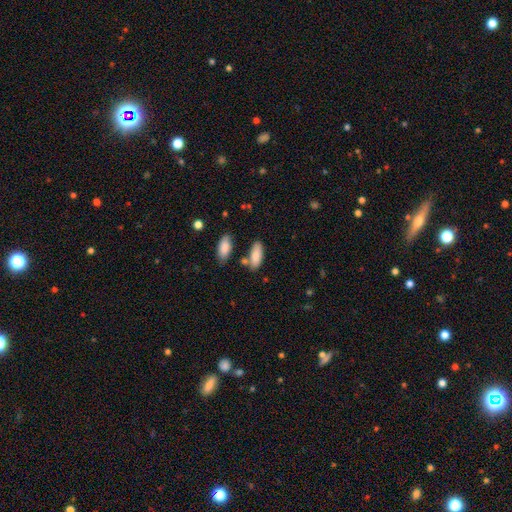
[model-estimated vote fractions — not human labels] Smooth or featured? Predicted: smooth (p=0.85). How rounded? Predicted: in between (p=0.78). Merging? Predicted: none (p=0.68).